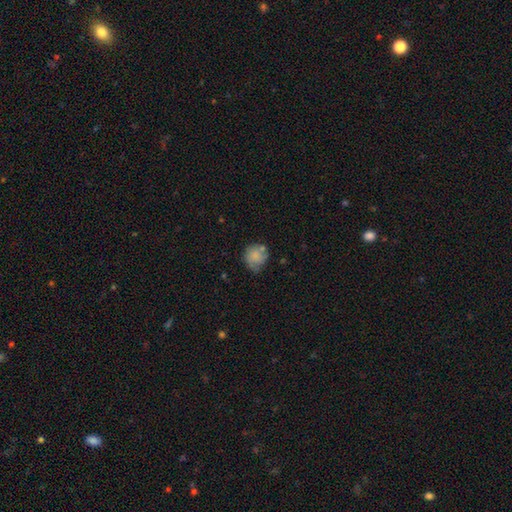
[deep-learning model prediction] The model was most divided on "merging": none: 53%, minor disturbance: 28%, major disturbance: 10%, merger: 8%. More confident: how rounded — round (81%); smooth or featured — smooth (73%).